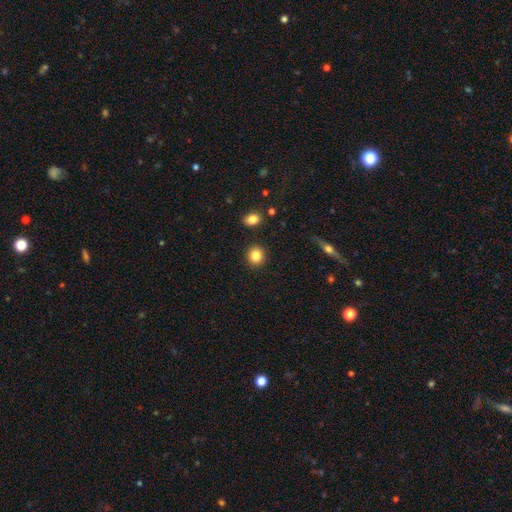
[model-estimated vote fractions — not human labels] Smooth or featured? Predicted: smooth (p=0.86). How rounded? Predicted: round (p=0.88). Merging? Predicted: none (p=0.90).